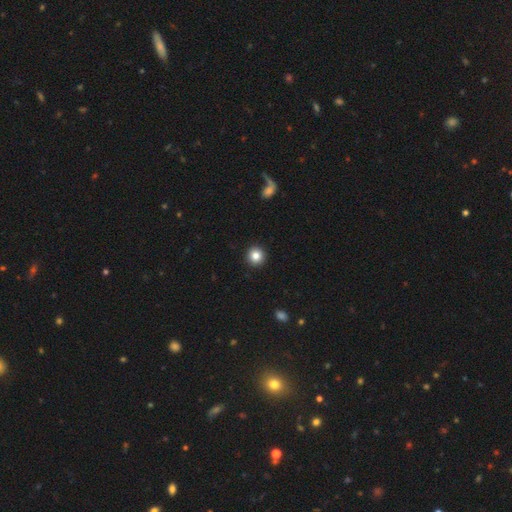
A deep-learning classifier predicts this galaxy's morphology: A smooth galaxy with no disk features (84%) that is round (95%).

Vote fractions:
- Smooth or featured? smooth: 84% / star or artifact: 10% / featured or disk: 6%
- How rounded? round: 95% / in between: 4% / cigar-shaped: 1%
- Merging? none: 93% / minor disturbance: 4% / major disturbance: 2% / merger: 1%